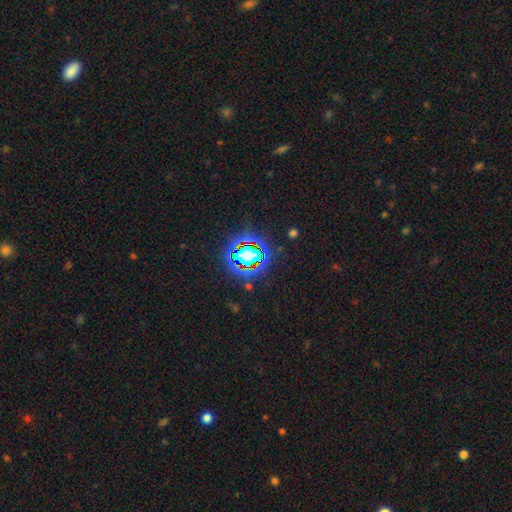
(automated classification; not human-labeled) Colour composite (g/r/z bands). It shows a star or artifact, not a galaxy (79%).